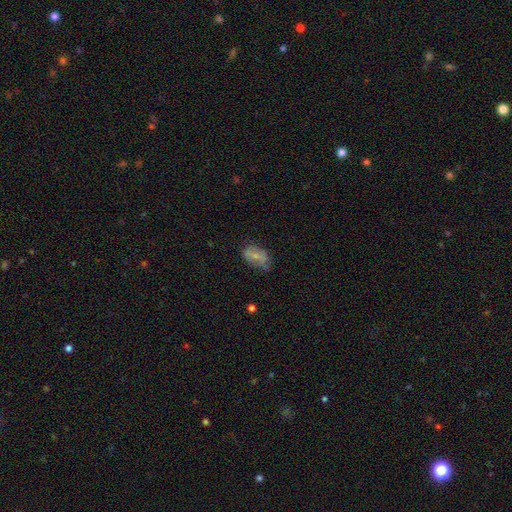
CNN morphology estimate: This is likely a smooth galaxy (61%). How rounded: clearly in between (89%). Merging: possibly none (50%).